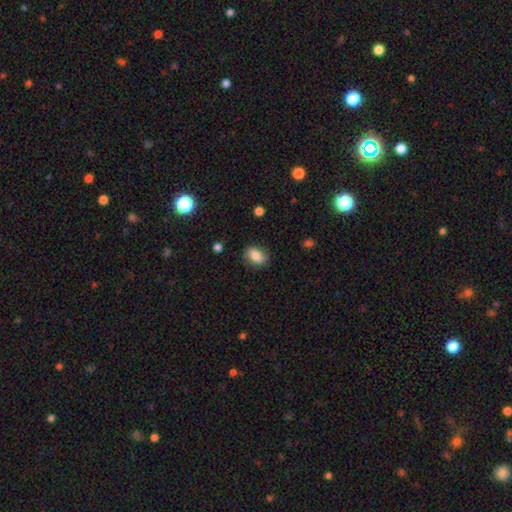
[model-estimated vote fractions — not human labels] smooth-or-featured: smooth: 77% | featured or disk: 14% | star or artifact: 9%
  how-rounded: in between: 79% | round: 18% | cigar-shaped: 3%
  merging: none: 78% | minor disturbance: 16% | major disturbance: 4% | merger: 1%